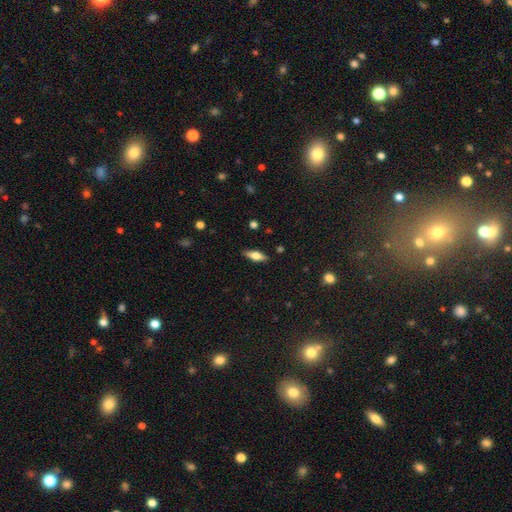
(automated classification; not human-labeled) Morphology: type=smooth (57%); roundness=in between (59%); merging=none (87%).